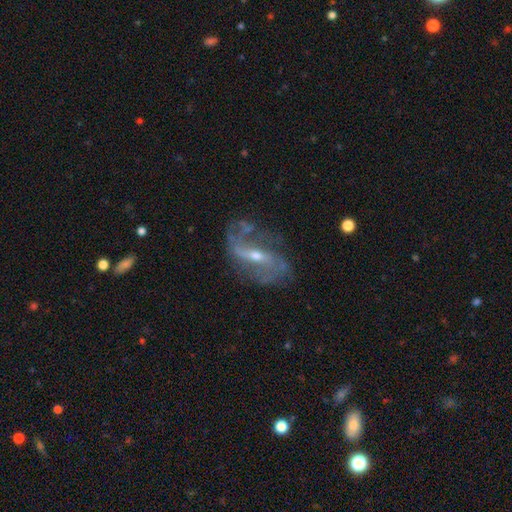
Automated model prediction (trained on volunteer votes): Smooth or featured?
  - featured or disk: 85% *
  - smooth: 8%
  - star or artifact: 7%
Edge-on disk?
  - no: 93% *
  - yes: 7%
Bar?
  - weak: 42% *
  - strong: 37%
  - no: 22%
Spiral arms?
  - yes: 90% *
  - no: 10%
Spiral winding?
  - loose: 64% *
  - medium: 26%
  - tight: 10%
Spiral arm count?
  - 2: 80% *
  - can't tell: 9%
  - 1: 4%
  - 3: 3%
  - 4: 2%
  - more than 4: 2%
Bulge size?
  - small: 50% *
  - moderate: 45%
  - large: 2%
  - none: 2%
  - dominant: 1%
Merging?
  - none: 58% *
  - minor disturbance: 22%
  - major disturbance: 17%
  - merger: 4%